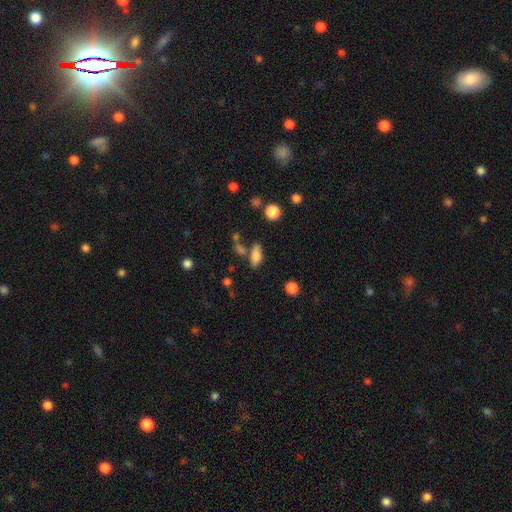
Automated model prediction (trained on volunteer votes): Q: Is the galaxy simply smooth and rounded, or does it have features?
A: smooth — 78%.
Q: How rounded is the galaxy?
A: in between — 81%.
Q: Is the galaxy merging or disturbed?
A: none — 62%.